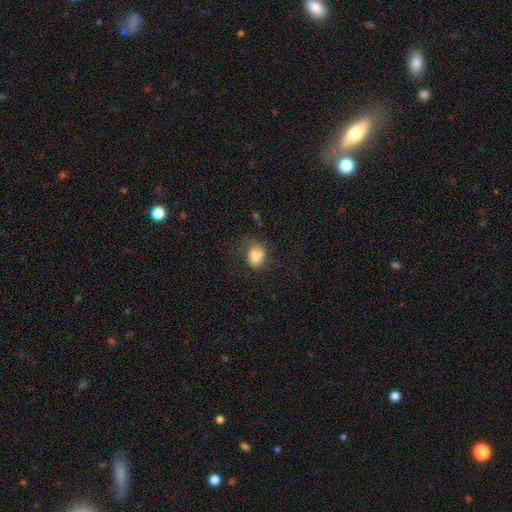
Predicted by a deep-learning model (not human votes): This appears to be a smooth galaxy with no disk features (80%) that is in between round and cigar-shaped (53%). Merging: none (55%).